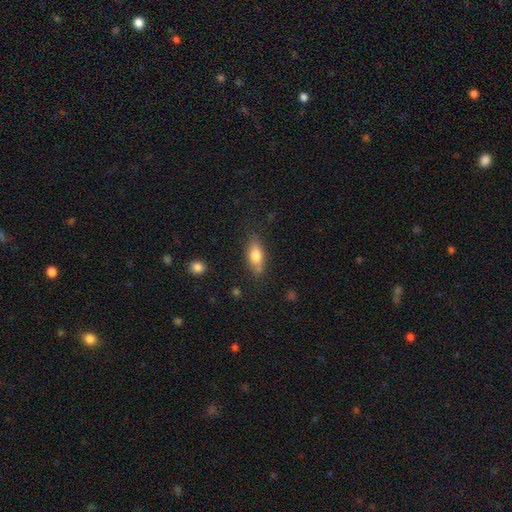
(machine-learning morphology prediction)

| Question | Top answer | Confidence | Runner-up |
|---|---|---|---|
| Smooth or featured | smooth | 74% | featured or disk (19%) |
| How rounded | in between | 75% | cigar-shaped (20%) |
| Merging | none | 73% | minor disturbance (18%) |